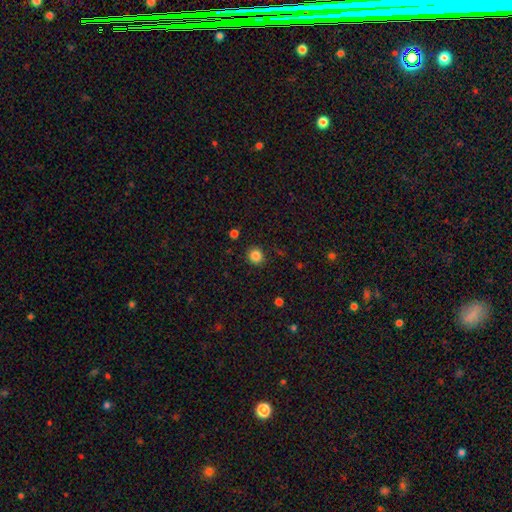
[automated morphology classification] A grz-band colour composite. It shows a smooth galaxy with no disk features (85%) that is round (91%). Merging: none (89%).